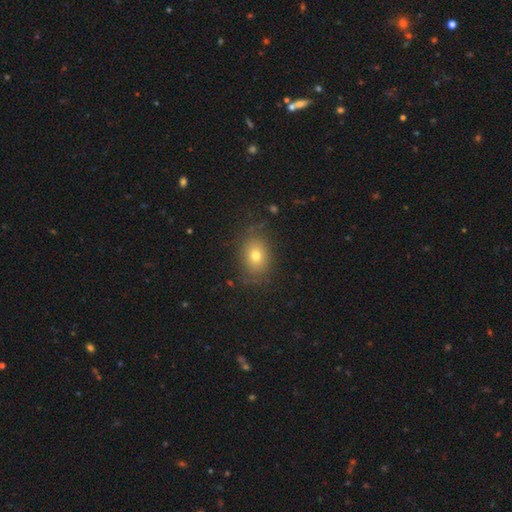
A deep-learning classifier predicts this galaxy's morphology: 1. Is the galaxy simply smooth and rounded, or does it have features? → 75% smooth, 13% star or artifact, 12% featured or disk.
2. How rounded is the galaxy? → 63% in between, 36% round, 1% cigar-shaped.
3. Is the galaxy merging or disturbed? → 80% none, 14% minor disturbance, 5% major disturbance, 1% merger.